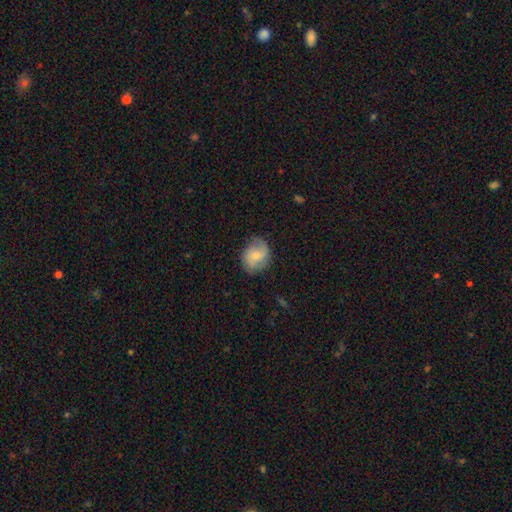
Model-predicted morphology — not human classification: A featured or disk galaxy (52%) with no bar (55%), spiral arms (87%) and a small central bulge (51%). Merging: none (74%).